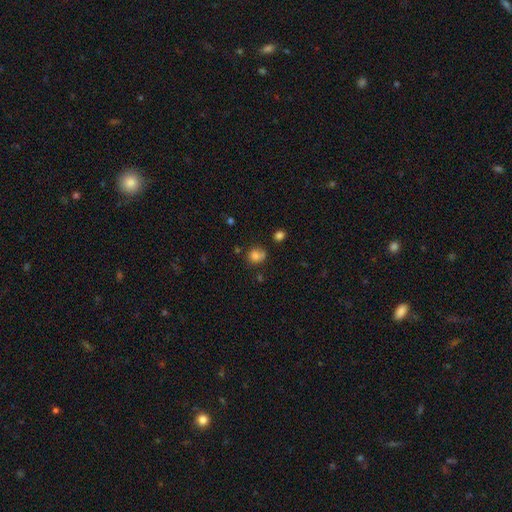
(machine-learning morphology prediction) smooth 78%, star or artifact 12%, featured or disk 9%. Down the decision tree: how rounded — round (75%); merging — none (56%).